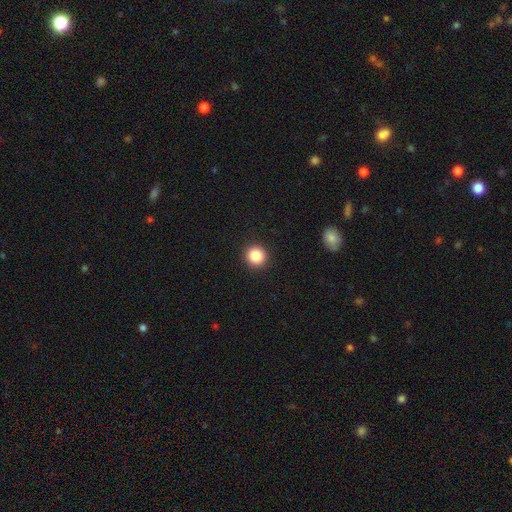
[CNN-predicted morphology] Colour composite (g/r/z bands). It shows a smooth galaxy with no disk features (86%) that is round (93%). Merging: none (93%).